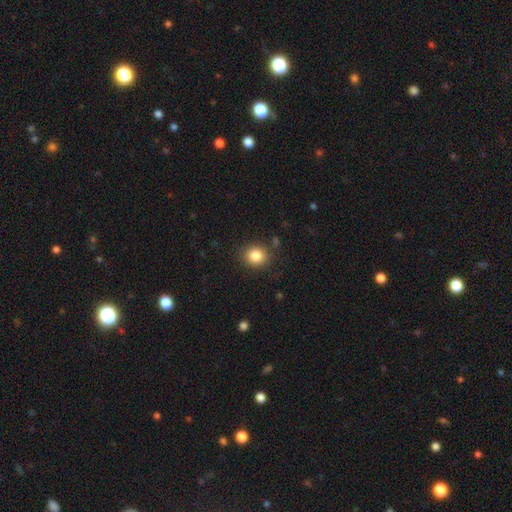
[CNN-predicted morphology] smooth_or_featured: smooth (p=0.84) [alt: star or artifact p=0.11]
how_rounded: round (p=0.77) [alt: in between p=0.22]
merging: none (p=0.86) [alt: minor disturbance p=0.09]